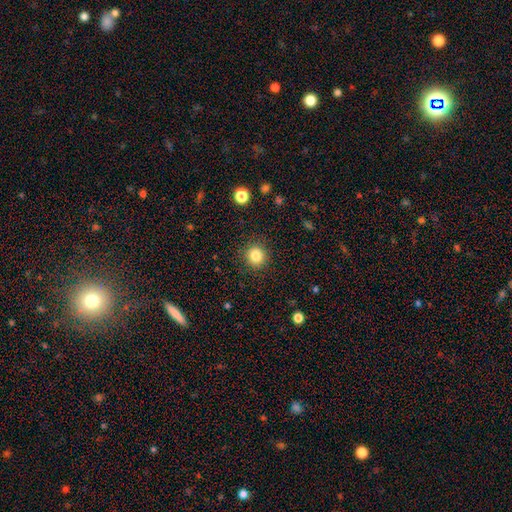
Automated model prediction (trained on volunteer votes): Q: Smooth or featured?
A: smooth (83%); runner-up: star or artifact (11%)
Q: How rounded?
A: round (93%); runner-up: in between (6%)
Q: Merging?
A: none (90%); runner-up: minor disturbance (6%)